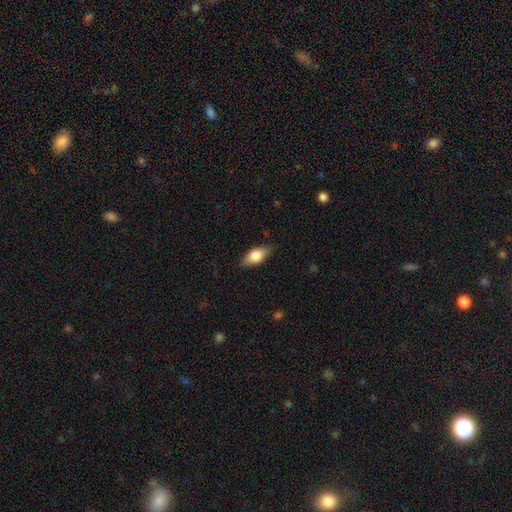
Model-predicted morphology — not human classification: Q: Smooth or featured?
A: smooth (71%); runner-up: featured or disk (22%)
Q: How rounded?
A: in between (86%); runner-up: cigar-shaped (10%)
Q: Merging?
A: none (82%); runner-up: minor disturbance (14%)